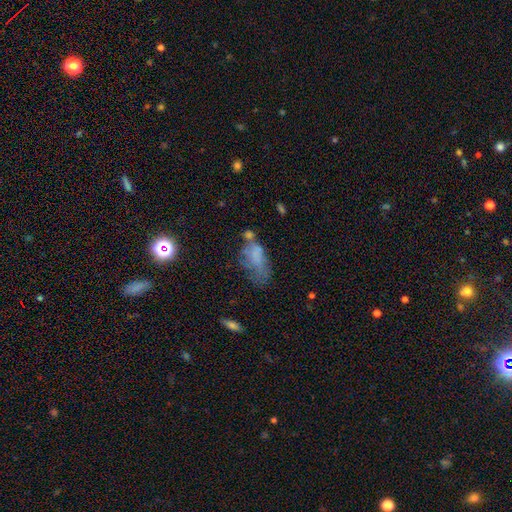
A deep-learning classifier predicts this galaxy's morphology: Q: Smooth or featured?
A: smooth (55%); runner-up: featured or disk (29%)
Q: How rounded?
A: in between (83%); runner-up: cigar-shaped (11%)
Q: Merging?
A: major disturbance (33%); runner-up: none (27%)